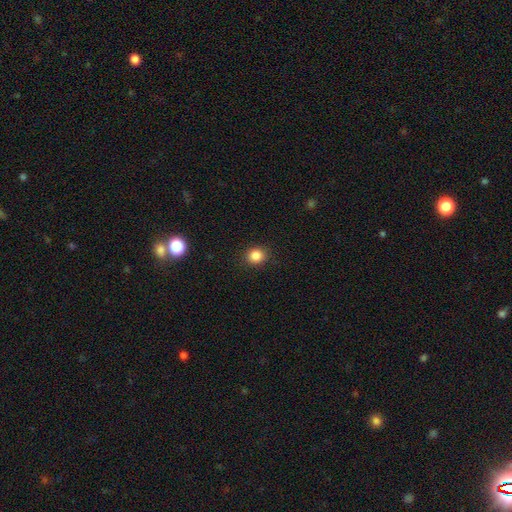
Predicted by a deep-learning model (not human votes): Morphology: type=smooth (85%); roundness=round (83%); merging=none (90%).